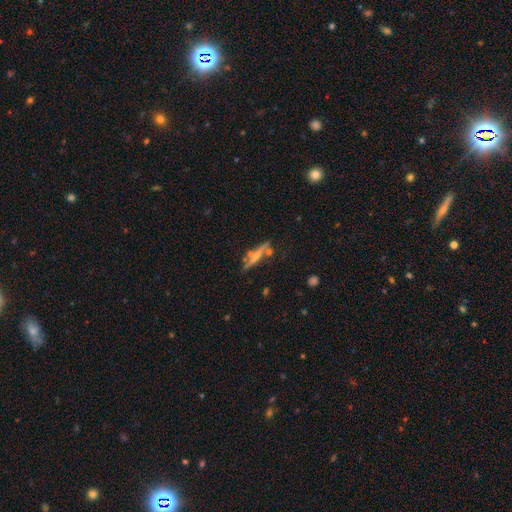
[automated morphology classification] Smooth or featured?
  - featured or disk: 47% *
  - smooth: 44%
  - star or artifact: 9%
Merging?
  - none: 60% *
  - minor disturbance: 17%
  - merger: 16%
  - major disturbance: 7%